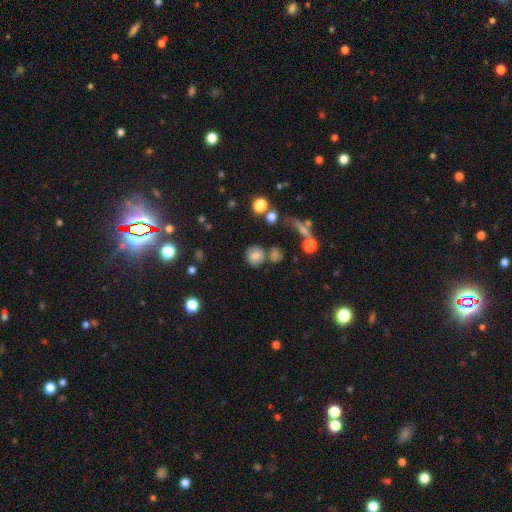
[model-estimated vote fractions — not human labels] This appears to be a smooth galaxy with no disk features (77%) that is round (83%). Merging: none (65%).